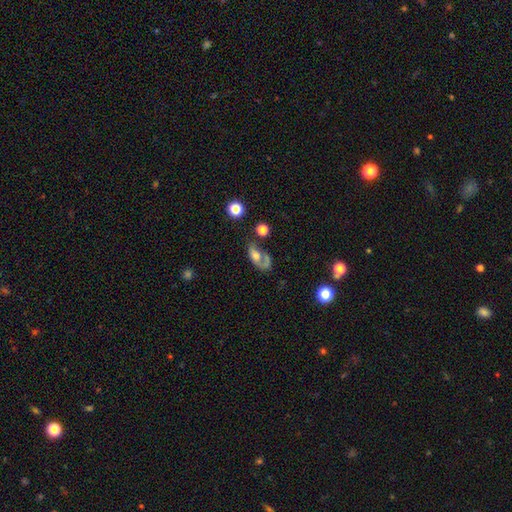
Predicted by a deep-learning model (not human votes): A featured or disk galaxy (45%, tied with smooth). Merging: major disturbance (35%).